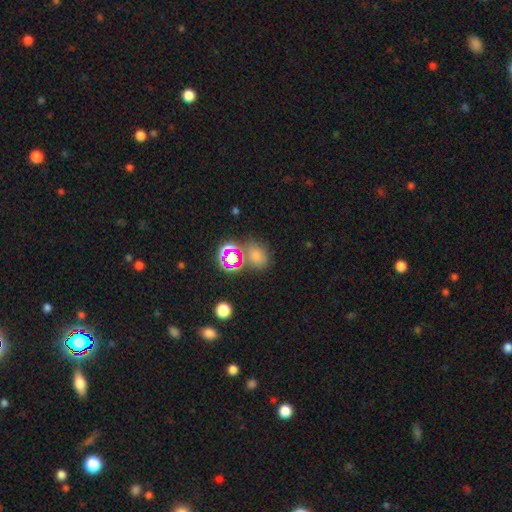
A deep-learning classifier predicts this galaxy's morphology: Smooth or featured: smooth — 61% (star or artifact — 30%)
How rounded: in between — 50% (round — 49%)
Merging: none — 60% (merger — 19%)